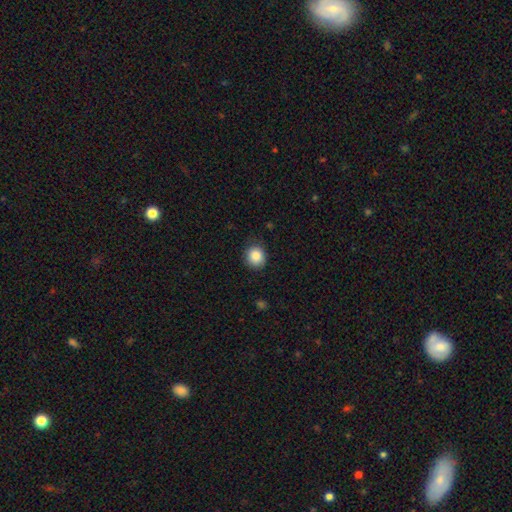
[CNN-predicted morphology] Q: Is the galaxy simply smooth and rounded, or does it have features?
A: smooth — 86%.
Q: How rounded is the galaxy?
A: round — 82%.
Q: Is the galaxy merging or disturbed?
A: none — 84%.